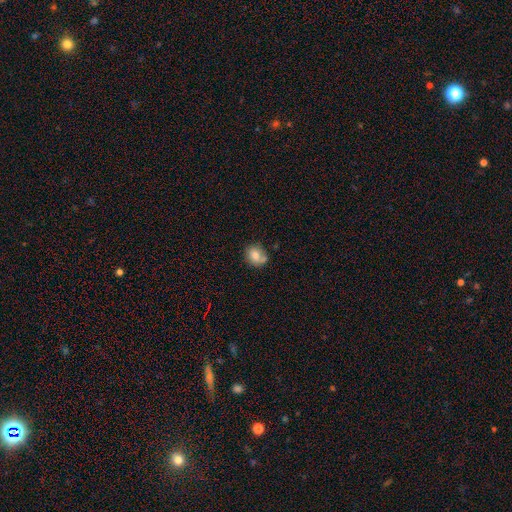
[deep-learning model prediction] This is likely a smooth galaxy (76%). How rounded: likely round (65%). Merging: possibly none (60%).